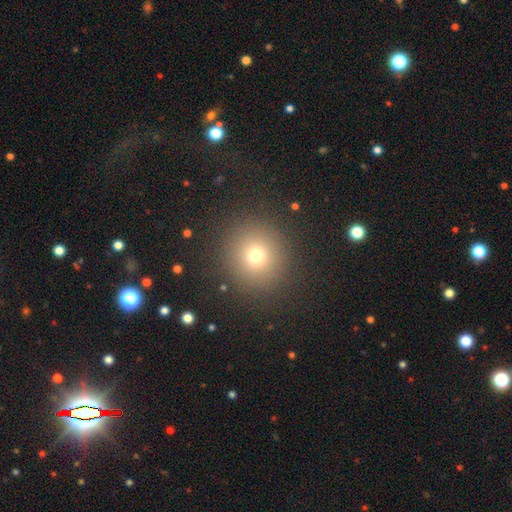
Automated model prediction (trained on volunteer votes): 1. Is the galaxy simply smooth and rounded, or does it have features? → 72% smooth, 19% star or artifact, 9% featured or disk.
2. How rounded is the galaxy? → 93% round, 6% in between, 1% cigar-shaped.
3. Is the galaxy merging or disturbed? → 90% none, 6% minor disturbance, 3% major disturbance, 1% merger.